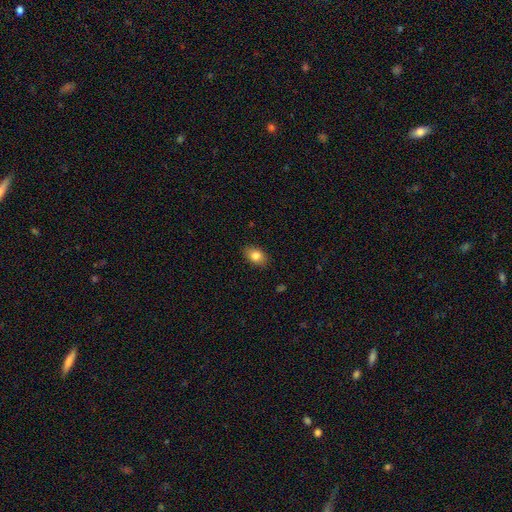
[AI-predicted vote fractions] Smooth or featured: smooth — 83% (featured or disk — 9%)
How rounded: in between — 82% (round — 16%)
Merging: none — 87% (minor disturbance — 10%)